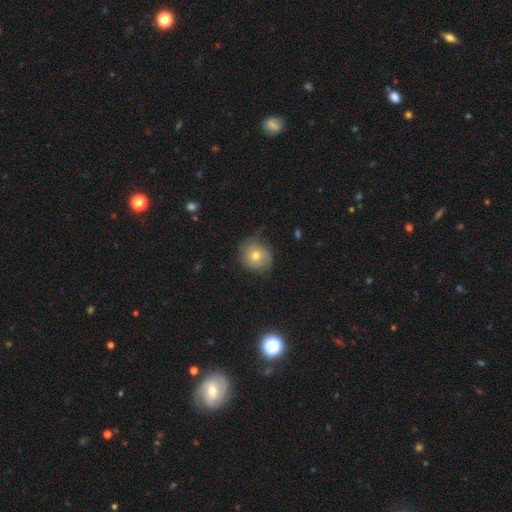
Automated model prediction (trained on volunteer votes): Smooth or featured: smooth — 62% (featured or disk — 28%)
How rounded: round — 83% (in between — 16%)
Merging: none — 62% (minor disturbance — 27%)